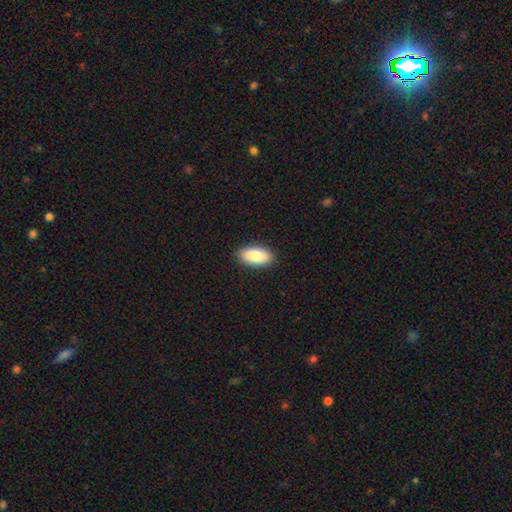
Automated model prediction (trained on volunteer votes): A smooth galaxy with no disk features (84%) that is in between round and cigar-shaped (90%).

Vote fractions:
- Smooth or featured? smooth: 84% / featured or disk: 10% / star or artifact: 6%
- How rounded? in between: 90% / cigar-shaped: 7% / round: 3%
- Merging? none: 89% / minor disturbance: 8% / major disturbance: 2% / merger: 1%